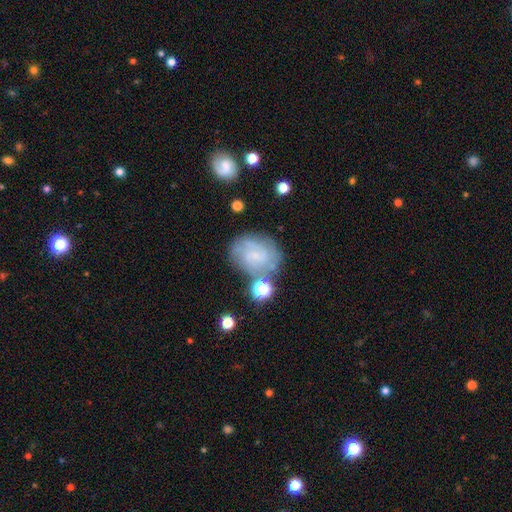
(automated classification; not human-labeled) smooth-or-featured: featured or disk: 63% | smooth: 26% | star or artifact: 10%
  disk-edge-on: no: 97% | yes: 3%
    bar: no: 56% | weak: 37% | strong: 7%
    has-spiral-arms: yes: 85% | no: 15%
      spiral-winding: tight: 51% | medium: 36% | loose: 14%
      spiral-arm-count: can't tell: 42% | 2: 25% | 3: 16% | 4: 7% | 1: 5% | more than 4: 5%
    bulge-size: small: 67% | none: 20% | moderate: 11% | large: 1% | dominant: 1%
  merging: none: 61% | minor disturbance: 21% | major disturbance: 10% | merger: 8%